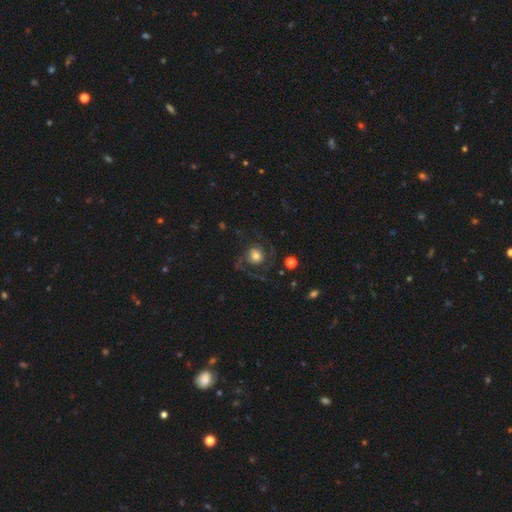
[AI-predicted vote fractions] Q: Smooth or featured?
A: featured or disk (68%); runner-up: smooth (24%)
Q: Edge-on disk?
A: no (98%); runner-up: yes (2%)
Q: Bar?
A: no (75%); runner-up: weak (20%)
Q: Spiral arms?
A: yes (88%); runner-up: no (12%)
Q: Spiral winding?
A: medium (47%); runner-up: loose (32%)
Q: Spiral arm count?
A: 2 (68%); runner-up: 3 (10%)
Q: Bulge size?
A: moderate (49%); runner-up: large (27%)
Q: Merging?
A: none (63%); runner-up: major disturbance (21%)